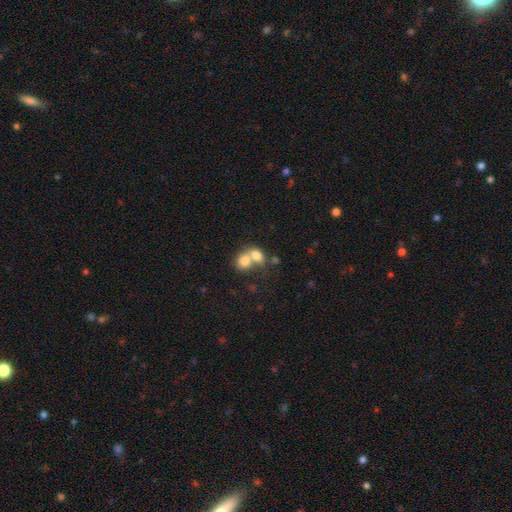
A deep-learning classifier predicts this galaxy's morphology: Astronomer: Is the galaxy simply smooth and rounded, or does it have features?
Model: smooth — 75%.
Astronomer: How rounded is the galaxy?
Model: in between — 60% (runner-up: round, 38%).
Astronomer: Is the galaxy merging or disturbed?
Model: merger — 71%.